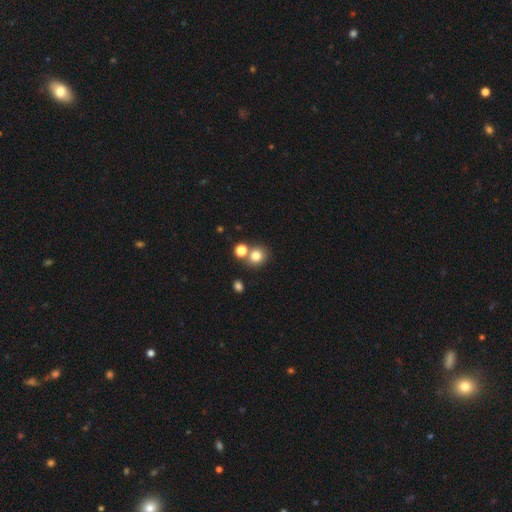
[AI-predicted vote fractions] Smooth or featured?
  - smooth: 78% *
  - star or artifact: 14%
  - featured or disk: 7%
How rounded?
  - round: 83% *
  - in between: 16%
  - cigar-shaped: 1%
Merging?
  - none: 65% *
  - merger: 24%
  - minor disturbance: 8%
  - major disturbance: 3%